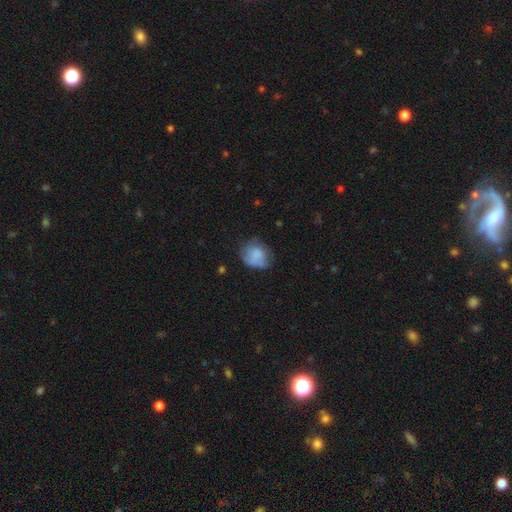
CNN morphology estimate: Q: Smooth or featured?
A: smooth (75%); runner-up: featured or disk (17%)
Q: How rounded?
A: round (72%); runner-up: in between (27%)
Q: Merging?
A: none (54%); runner-up: minor disturbance (31%)